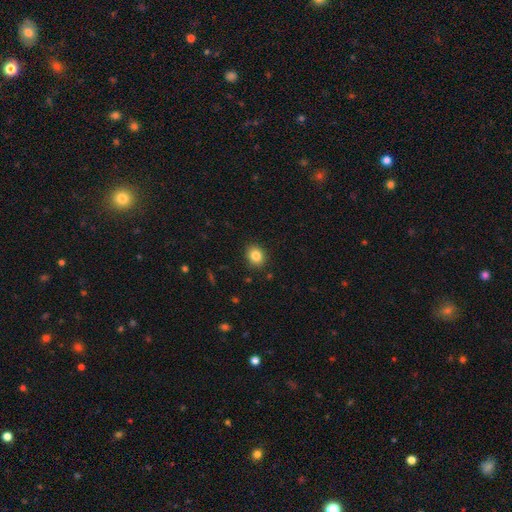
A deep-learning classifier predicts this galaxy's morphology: Smooth or featured? Predicted: smooth (p=0.84). How rounded? Predicted: round (p=0.59). Merging? Predicted: none (p=0.90).